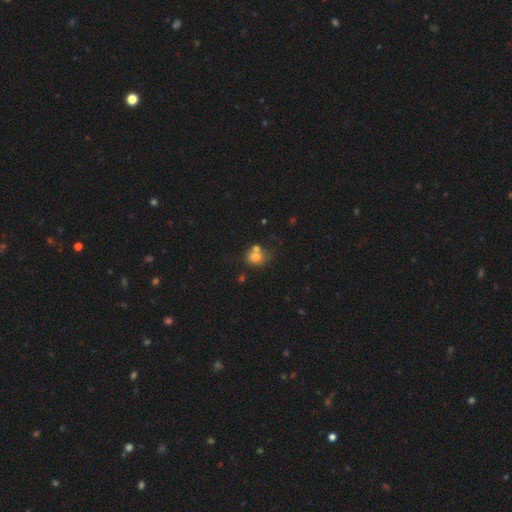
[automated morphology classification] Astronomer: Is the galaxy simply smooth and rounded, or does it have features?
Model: smooth — 72%.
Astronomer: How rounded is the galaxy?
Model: round — 63%.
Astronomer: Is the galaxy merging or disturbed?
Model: merger — 42% (runner-up: none, 39%).